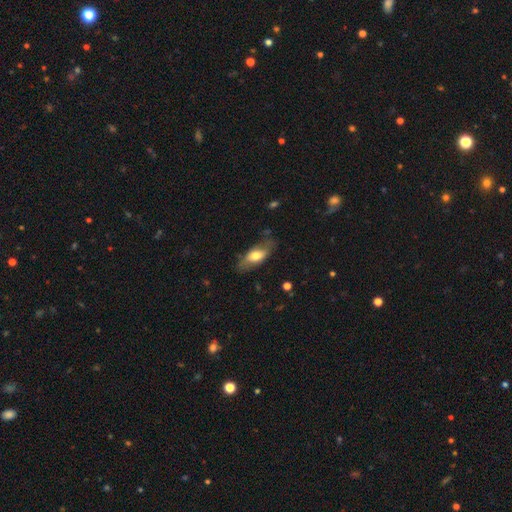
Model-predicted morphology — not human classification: Smooth or featured? Predicted: smooth (p=0.62). How rounded? Predicted: in between (p=0.80). Merging? Predicted: none (p=0.69).